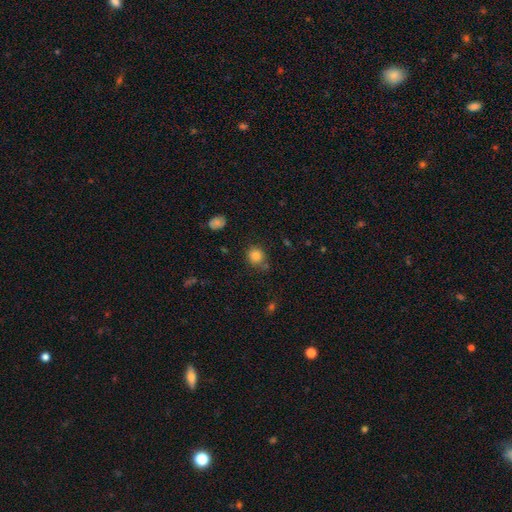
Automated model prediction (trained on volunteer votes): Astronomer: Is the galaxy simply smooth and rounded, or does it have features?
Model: smooth — 83%.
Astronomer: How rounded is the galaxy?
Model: round — 84%.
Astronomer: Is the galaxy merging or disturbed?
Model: none — 76%.